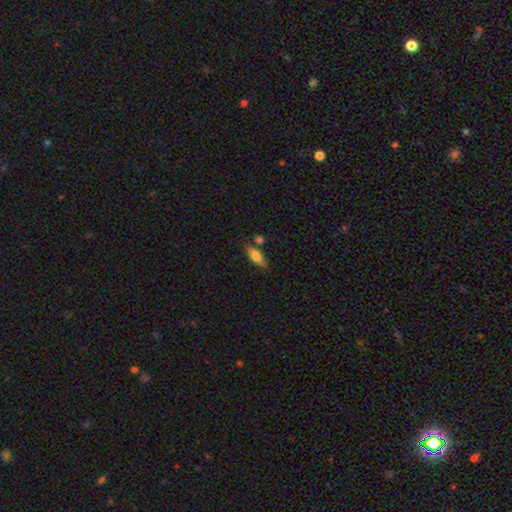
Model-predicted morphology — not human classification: A smooth galaxy with no disk features (71%) that is in between round and cigar-shaped (66%).

Vote fractions:
- Smooth or featured? smooth: 71% / featured or disk: 22% / star or artifact: 7%
- How rounded? in between: 66% / cigar-shaped: 31% / round: 3%
- Merging? none: 73% / minor disturbance: 14% / merger: 9% / major disturbance: 3%